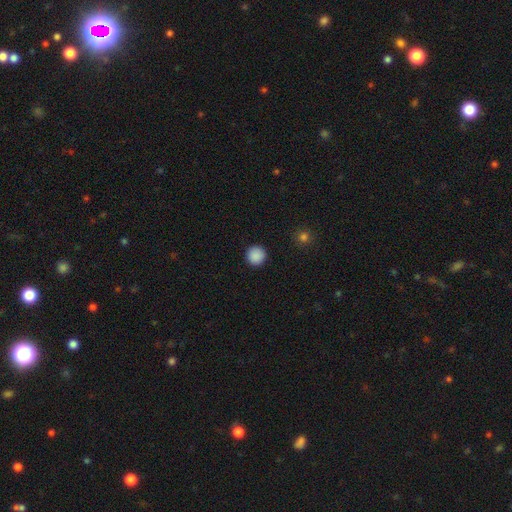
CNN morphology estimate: smooth-or-featured: smooth: 89% | star or artifact: 9% | featured or disk: 2%
  how-rounded: round: 96% | in between: 3% | cigar-shaped: 1%
  merging: none: 93% | minor disturbance: 5% | major disturbance: 2% | merger: 1%